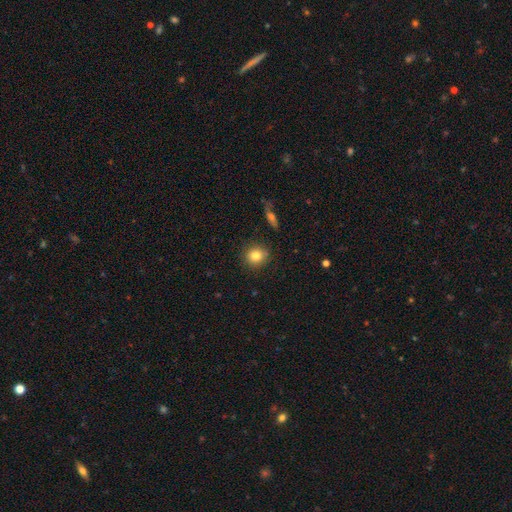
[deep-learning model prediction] Smooth or featured? smooth (82%)
How rounded? round (87%)
Merging? none (86%)